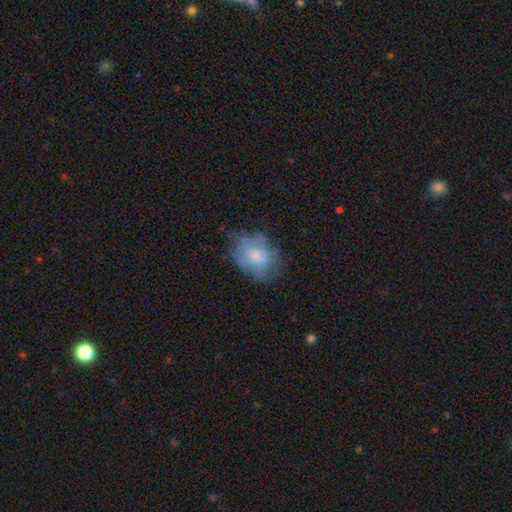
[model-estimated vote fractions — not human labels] smooth-or-featured: smooth: 53% | featured or disk: 38% | star or artifact: 9%
  how-rounded: in between: 63% | round: 35% | cigar-shaped: 1%
  merging: none: 52% | minor disturbance: 28% | major disturbance: 18% | merger: 2%